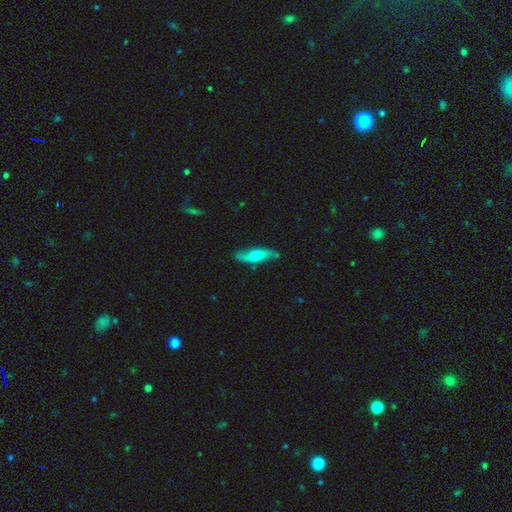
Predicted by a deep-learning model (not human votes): Morphology: type=featured or disk (49%); merging=none (75%).